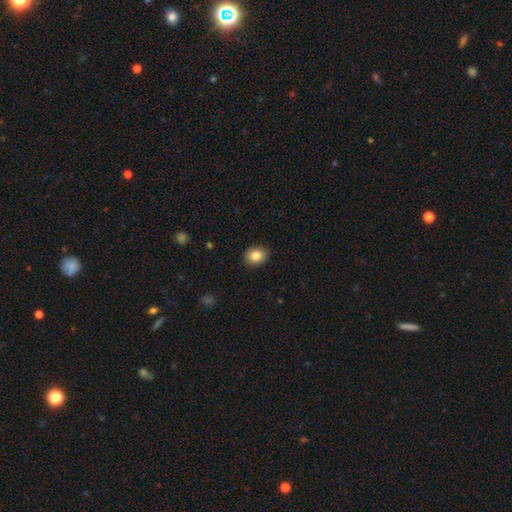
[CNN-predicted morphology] Smooth or featured? smooth (85%)
How rounded? in between (55%)
Merging? none (89%)